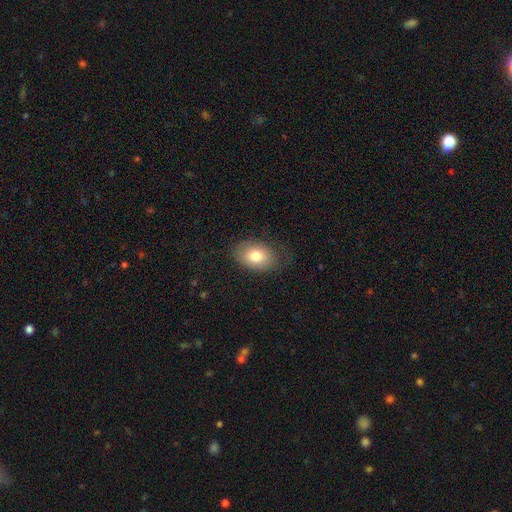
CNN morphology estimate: The model was most divided on "merging": none: 72%, minor disturbance: 20%, major disturbance: 7%, merger: 1%. More confident: how rounded — in between (84%); smooth or featured — smooth (77%).